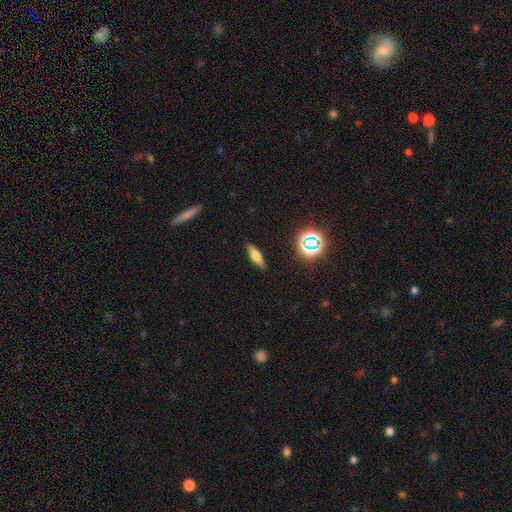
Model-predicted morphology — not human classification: smooth_or_featured: smooth (p=0.61) [alt: featured or disk p=0.27]
how_rounded: cigar-shaped (p=0.49) [alt: in between p=0.47]
merging: none (p=0.87) [alt: minor disturbance p=0.10]